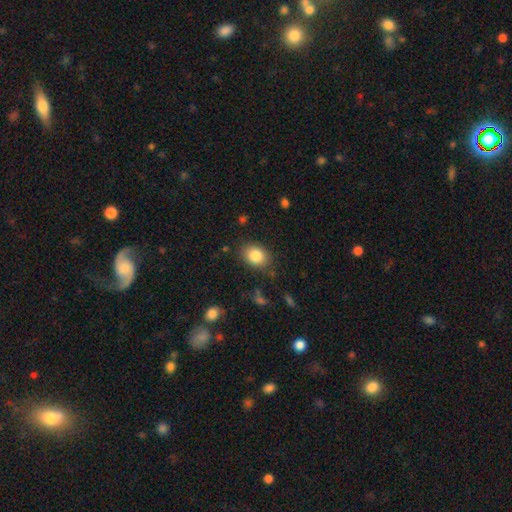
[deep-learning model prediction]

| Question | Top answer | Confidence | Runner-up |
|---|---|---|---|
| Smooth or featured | smooth | 84% | star or artifact (9%) |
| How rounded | in between | 61% | round (38%) |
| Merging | none | 82% | minor disturbance (13%) |